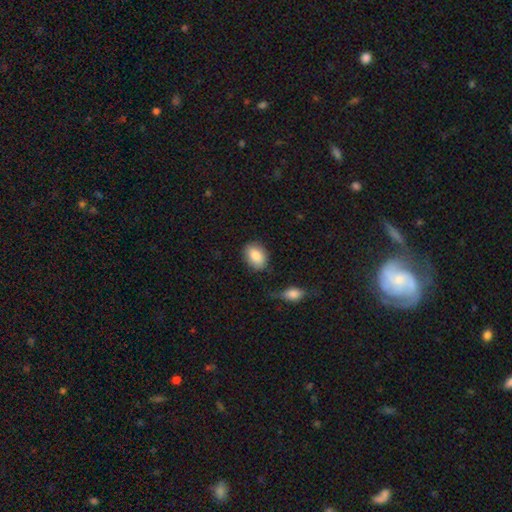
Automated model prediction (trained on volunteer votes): A smooth galaxy with no disk features (85%) that is in between round and cigar-shaped (76%). Merging: none (80%).